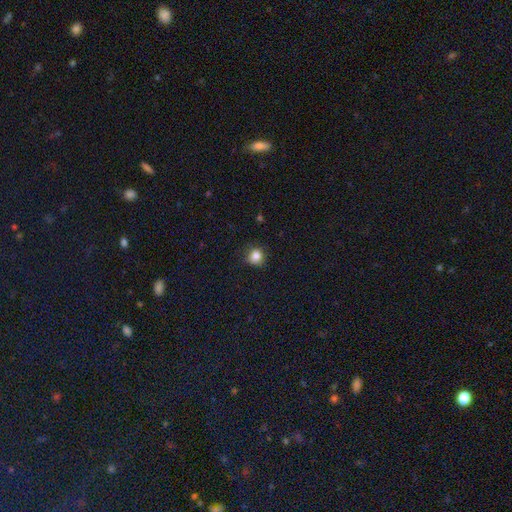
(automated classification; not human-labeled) A smooth galaxy with no disk features (83%) that is round (87%).

Vote fractions:
- Smooth or featured? smooth: 83% / star or artifact: 12% / featured or disk: 5%
- How rounded? round: 87% / in between: 12% / cigar-shaped: 1%
- Merging? none: 83% / minor disturbance: 13% / major disturbance: 3% / merger: 1%